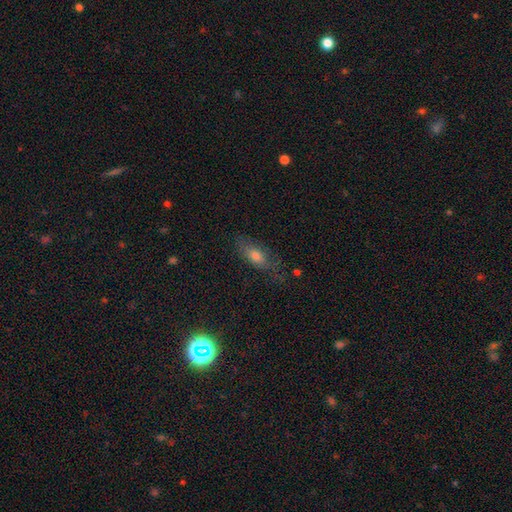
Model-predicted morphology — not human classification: Smooth or featured? Predicted: smooth (p=0.62). How rounded? Predicted: in between (p=0.70). Merging? Predicted: none (p=0.67).